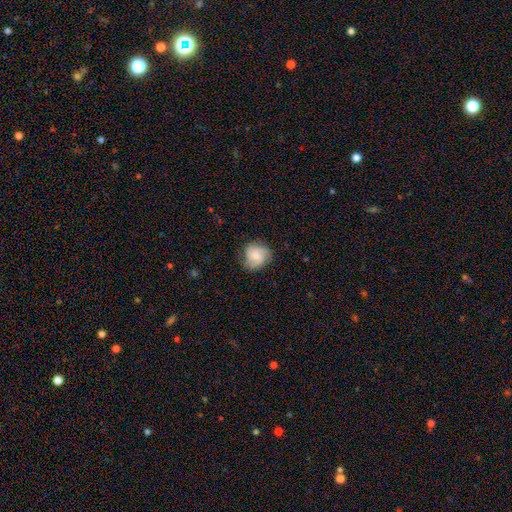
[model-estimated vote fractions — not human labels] Overall: smooth (49%; featured or disk 44%). Merging: none (75%).